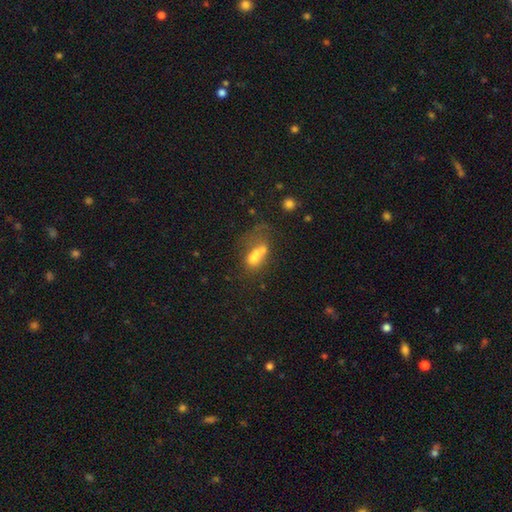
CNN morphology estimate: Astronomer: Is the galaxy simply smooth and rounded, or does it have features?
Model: smooth — 54% (runner-up: featured or disk, 31%).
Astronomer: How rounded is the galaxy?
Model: in between — 68%.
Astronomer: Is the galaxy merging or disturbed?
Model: merger — 55%.